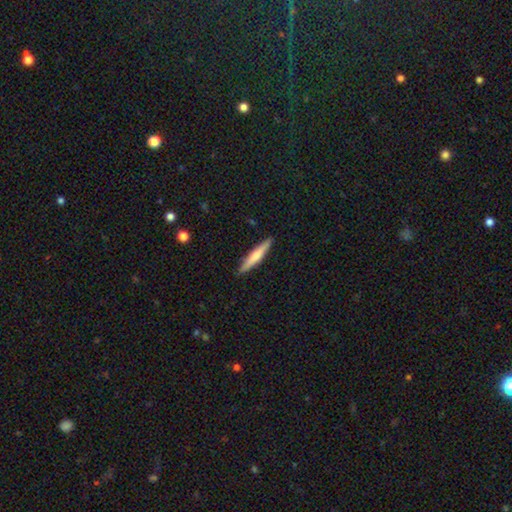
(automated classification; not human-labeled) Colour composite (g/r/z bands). It shows a smooth galaxy with no disk features (55%) that is cigar-shaped (92%). Merging: none (91%).